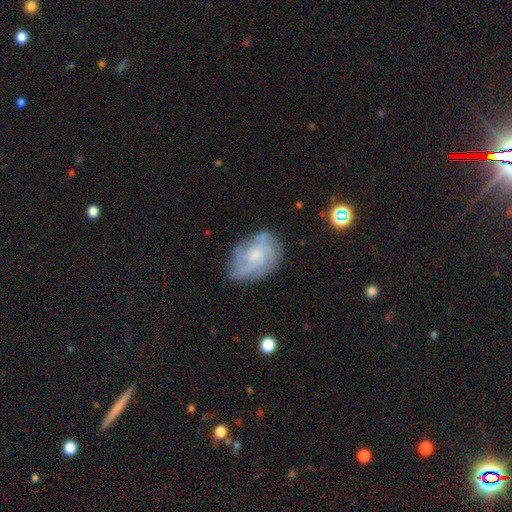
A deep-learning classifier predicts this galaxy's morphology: smooth_or_featured: featured or disk (p=0.67) [alt: smooth p=0.24]
disk_edge_on: no (p=0.97) [alt: yes p=0.03]
bar: no (p=0.72) [alt: weak p=0.25]
has_spiral_arms: yes (p=0.86) [alt: no p=0.14]
spiral_winding: tight (p=0.43) [alt: medium p=0.39]
spiral_arm_count: can't tell (p=0.40) [alt: 3 p=0.21]
bulge_size: small (p=0.51) [alt: moderate p=0.36]
merging: none (p=0.65) [alt: minor disturbance p=0.24]